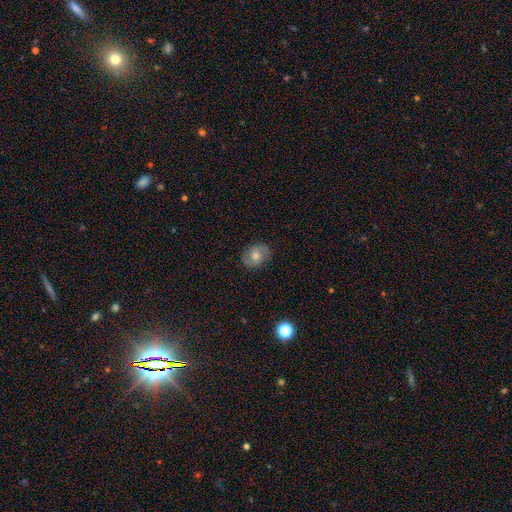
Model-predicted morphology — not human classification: Smooth or featured: featured or disk — 51% (smooth — 38%)
Edge-on disk: no — 96% (yes — 4%)
Merging: none — 84% (minor disturbance — 12%)